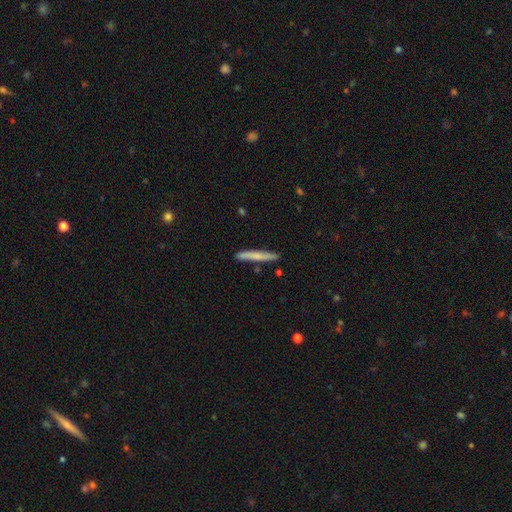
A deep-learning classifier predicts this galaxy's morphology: Smooth or featured? Predicted: smooth (p=0.65). How rounded? Predicted: cigar-shaped (p=0.96). Merging? Predicted: none (p=0.86).